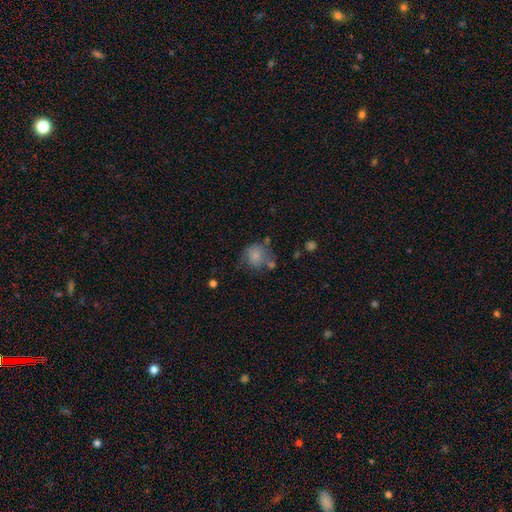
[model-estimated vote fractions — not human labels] Smooth or featured: smooth — 75% (featured or disk — 16%)
How rounded: round — 80% (in between — 19%)
Merging: none — 46% (minor disturbance — 26%)